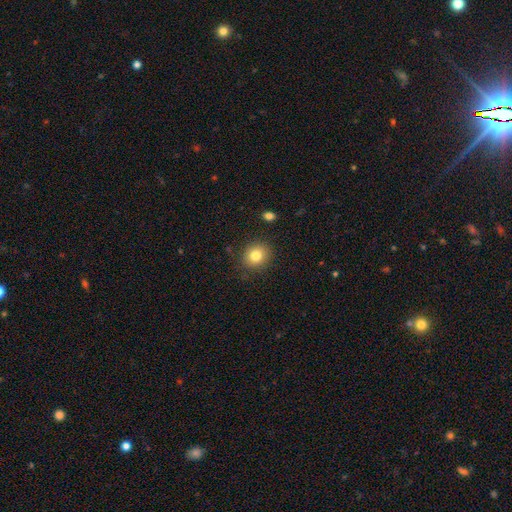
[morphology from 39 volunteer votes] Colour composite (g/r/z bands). It shows a smooth galaxy with no disk features (87%) that is round (85%). Merging: none (92%).